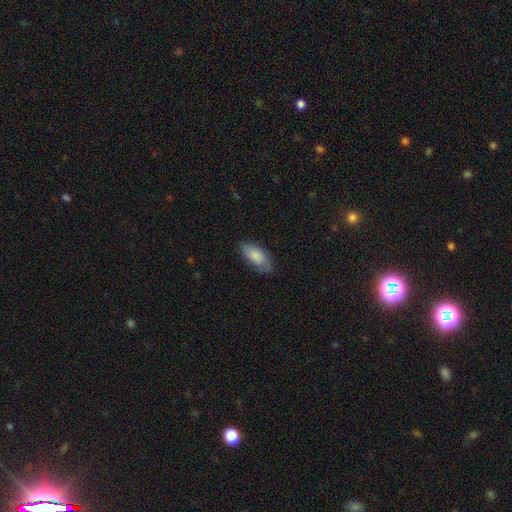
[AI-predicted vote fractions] Morphology: type=smooth (80%); roundness=in between (87%); merging=none (73%).